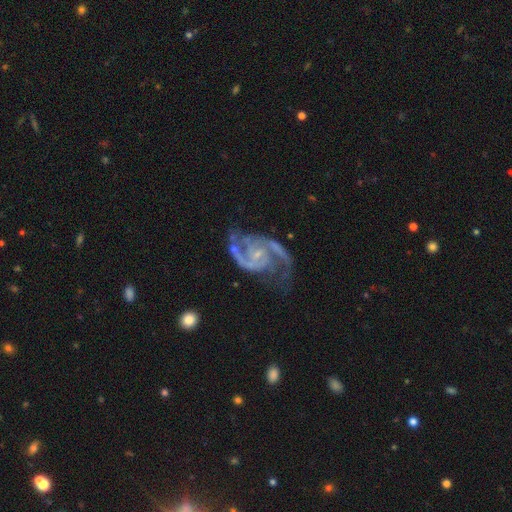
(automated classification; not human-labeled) Smooth or featured?
  - featured or disk: 93% *
  - star or artifact: 5%
  - smooth: 3%
Edge-on disk?
  - no: 98% *
  - yes: 2%
Bar?
  - no: 50% *
  - weak: 39%
  - strong: 11%
Spiral arms?
  - yes: 98% *
  - no: 2%
Spiral winding?
  - medium: 60% *
  - tight: 23%
  - loose: 17%
Spiral arm count?
  - 2: 86% *
  - 3: 6%
  - can't tell: 3%
  - 1: 2%
  - 4: 2%
  - more than 4: 2%
Bulge size?
  - small: 73% *
  - moderate: 15%
  - none: 10%
  - large: 1%
  - dominant: 1%
Merging?
  - none: 58% *
  - minor disturbance: 22%
  - major disturbance: 16%
  - merger: 4%